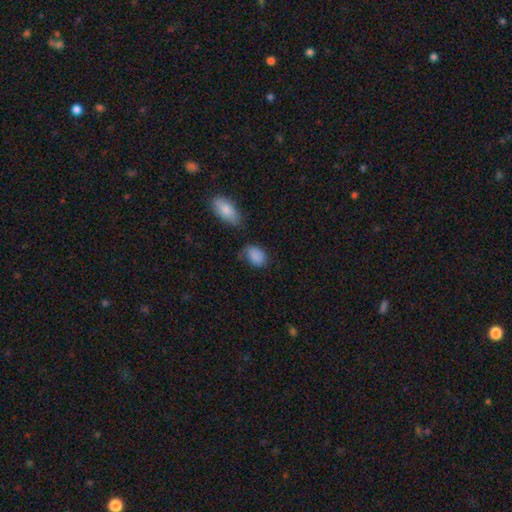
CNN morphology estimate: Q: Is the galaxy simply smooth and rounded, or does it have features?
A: smooth — 86%.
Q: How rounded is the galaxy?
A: in between — 78%.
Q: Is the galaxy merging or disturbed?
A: none — 53%.